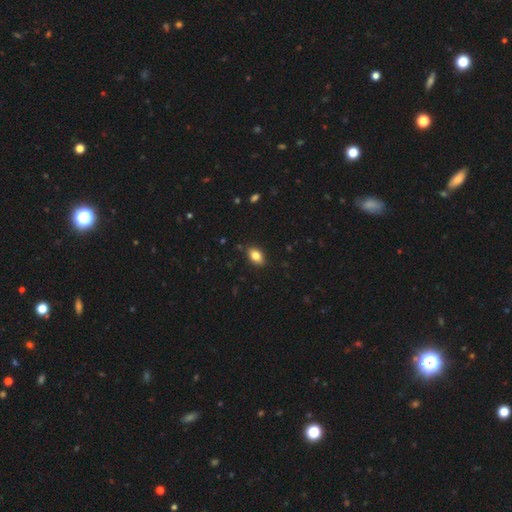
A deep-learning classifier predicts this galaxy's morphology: smooth_or_featured: smooth (p=0.82) [alt: featured or disk p=0.09]
how_rounded: in between (p=0.88) [alt: round p=0.10]
merging: none (p=0.86) [alt: minor disturbance p=0.11]